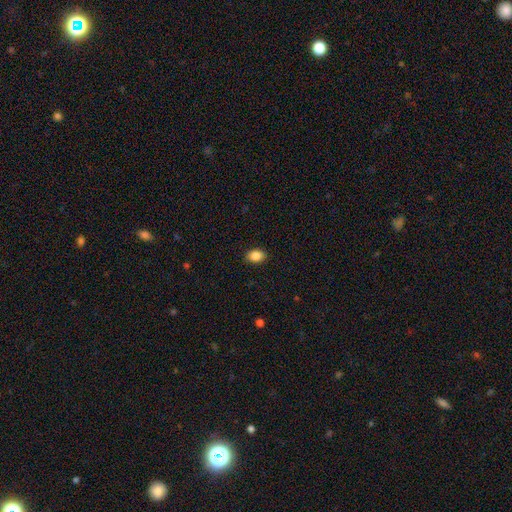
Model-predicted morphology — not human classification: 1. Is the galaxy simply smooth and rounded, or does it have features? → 87% smooth, 9% star or artifact, 4% featured or disk.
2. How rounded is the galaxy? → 75% in between, 24% round, 1% cigar-shaped.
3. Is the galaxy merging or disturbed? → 89% none, 8% minor disturbance, 2% major disturbance, 1% merger.